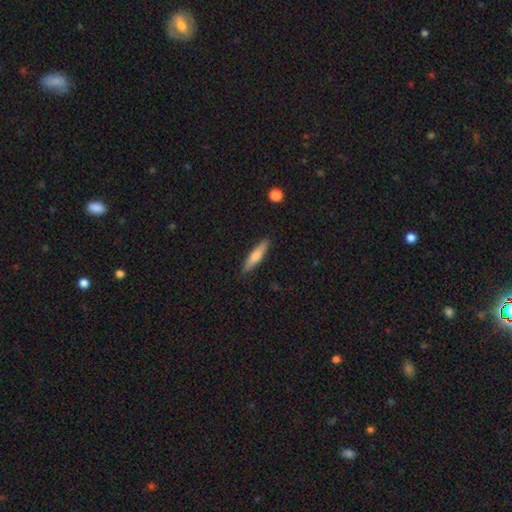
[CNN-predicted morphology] This is likely a smooth galaxy (61%). How rounded: clearly cigar-shaped (84%). Merging: clearly none (89%).